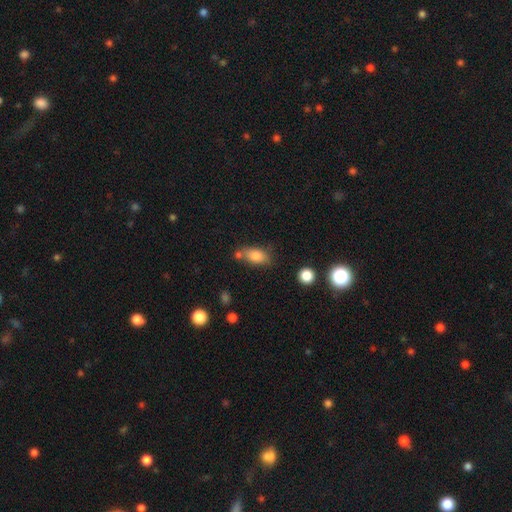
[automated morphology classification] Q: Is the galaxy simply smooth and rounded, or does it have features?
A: smooth — 82%.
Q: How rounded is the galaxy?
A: in between — 86%.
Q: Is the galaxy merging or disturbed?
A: none — 58%.